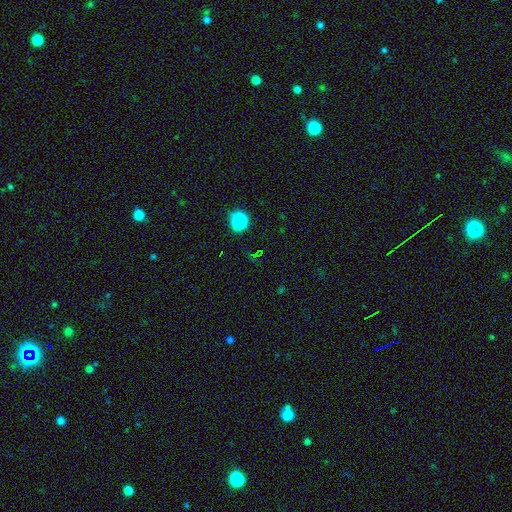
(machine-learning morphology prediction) star or artifact 63%, smooth 29%, featured or disk 8%.